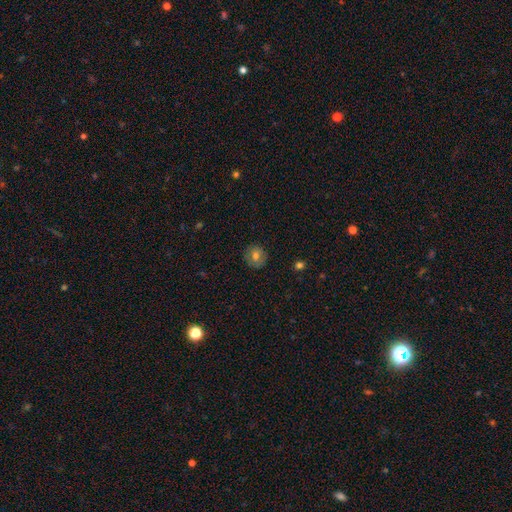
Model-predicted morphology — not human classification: Overall: smooth (73%). How rounded: round (87%). Merging: none (87%).